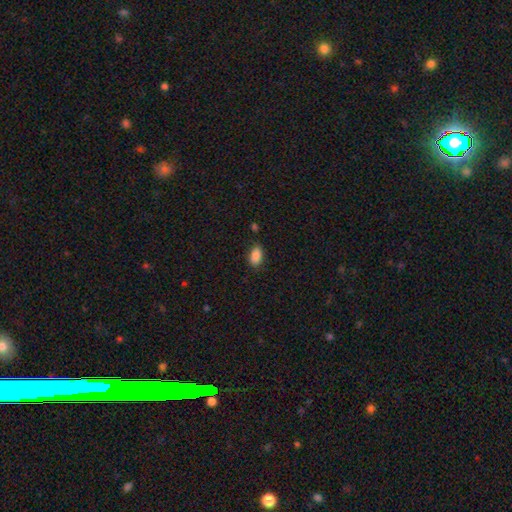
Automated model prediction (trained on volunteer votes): This appears to be a smooth galaxy with no disk features (87%) that is in between round and cigar-shaped (92%). Merging: none (82%).